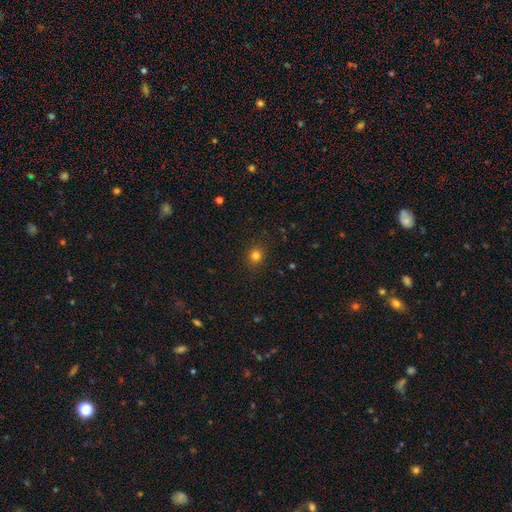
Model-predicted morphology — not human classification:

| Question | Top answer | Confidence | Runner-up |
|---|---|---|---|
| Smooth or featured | smooth | 80% | star or artifact (15%) |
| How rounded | round | 85% | in between (14%) |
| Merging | none | 90% | minor disturbance (7%) |